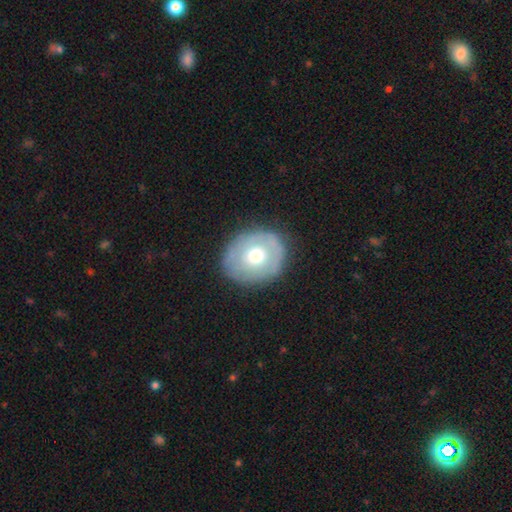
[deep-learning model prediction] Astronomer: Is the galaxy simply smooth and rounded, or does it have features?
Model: smooth — 48% (runner-up: featured or disk, 46%).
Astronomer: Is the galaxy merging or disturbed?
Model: none — 79%.